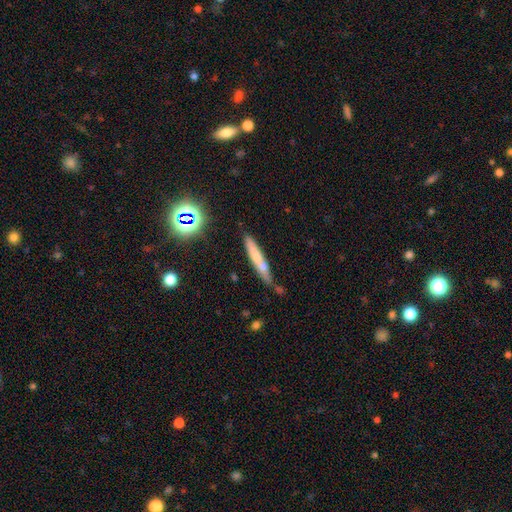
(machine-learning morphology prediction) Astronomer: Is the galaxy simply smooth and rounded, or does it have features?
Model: smooth — 60%.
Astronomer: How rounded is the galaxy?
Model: cigar-shaped — 90%.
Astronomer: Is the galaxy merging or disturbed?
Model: none — 63%.